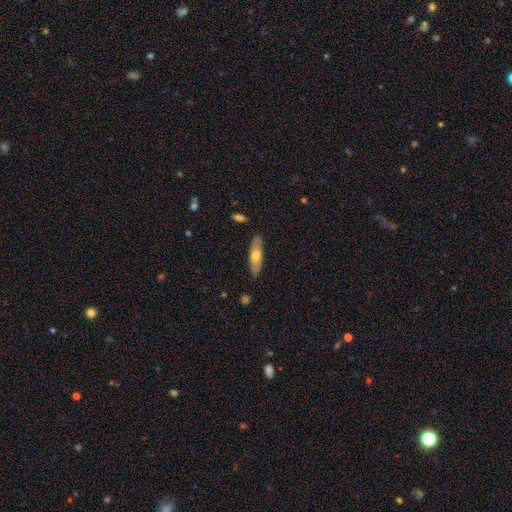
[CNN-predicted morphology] Q: Smooth or featured?
A: smooth (57%); runner-up: featured or disk (37%)
Q: How rounded?
A: cigar-shaped (56%); runner-up: in between (42%)
Q: Merging?
A: none (85%); runner-up: minor disturbance (11%)